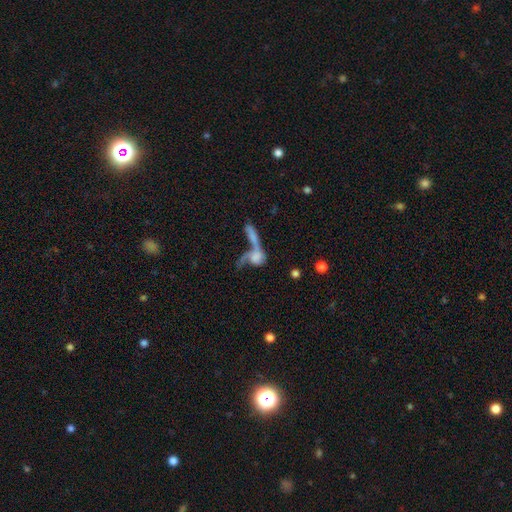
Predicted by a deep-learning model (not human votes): Smooth or featured: smooth — 49% (featured or disk — 41%)
Merging: merger — 61% (major disturbance — 16%)